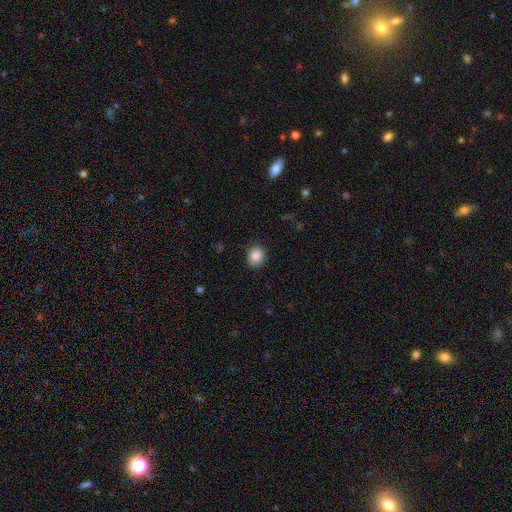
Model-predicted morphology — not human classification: smooth_or_featured: smooth (p=0.88) [alt: star or artifact p=0.08]
how_rounded: round (p=0.51) [alt: in between p=0.48]
merging: none (p=0.86) [alt: minor disturbance p=0.10]